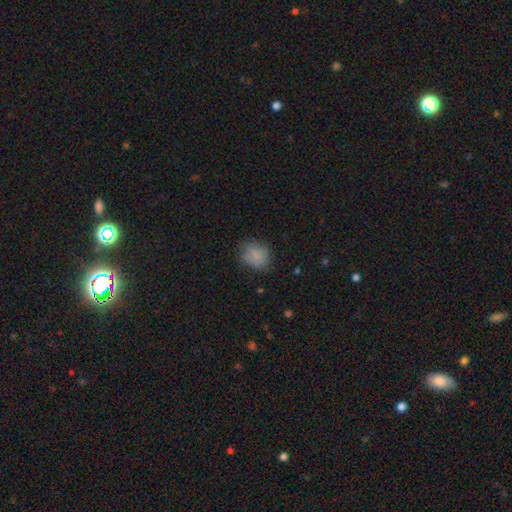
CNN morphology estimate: type=smooth (78%); roundness=round (61%); merging=none (67%).